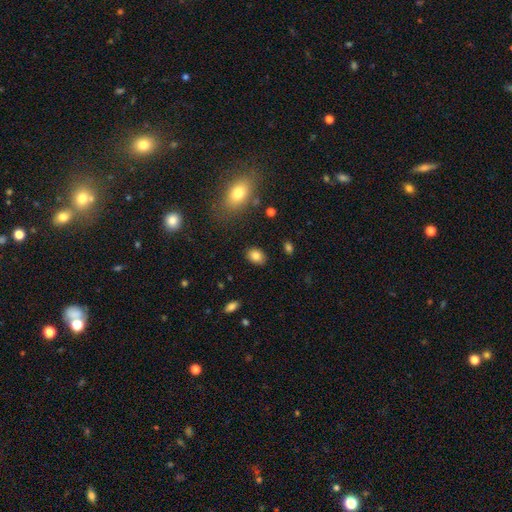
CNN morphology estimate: Smooth or featured? smooth (83%)
How rounded? in between (64%)
Merging? none (86%)